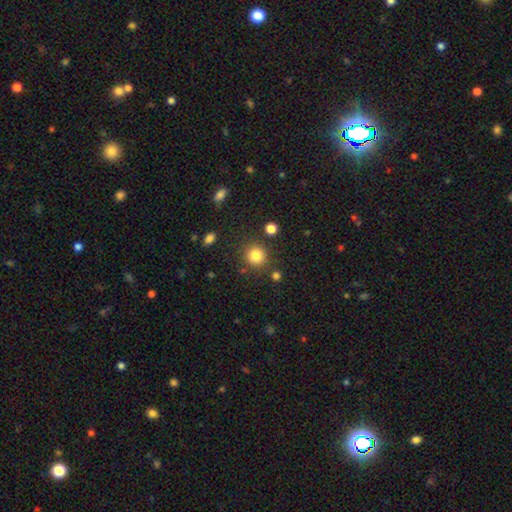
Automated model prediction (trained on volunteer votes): Smooth or featured: smooth — 83% (star or artifact — 12%)
How rounded: round — 92% (in between — 7%)
Merging: none — 85% (minor disturbance — 8%)